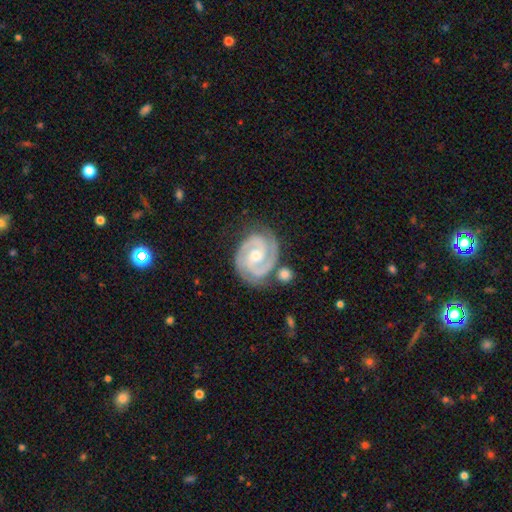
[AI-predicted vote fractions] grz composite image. It shows a featured or disk galaxy (92%) with no bar (47%), 2 (89%) tight (68%) spiral arms (98%) and a moderate central bulge (67%). Merging: none (76%).